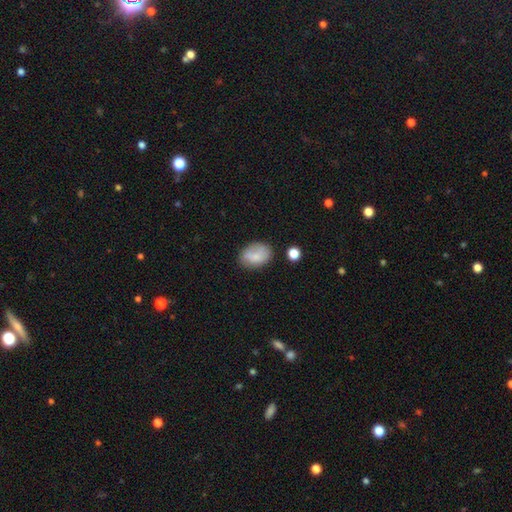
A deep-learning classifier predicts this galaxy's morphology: This is likely a smooth galaxy (77%). How rounded: likely in between (77%). Merging: likely none (64%).